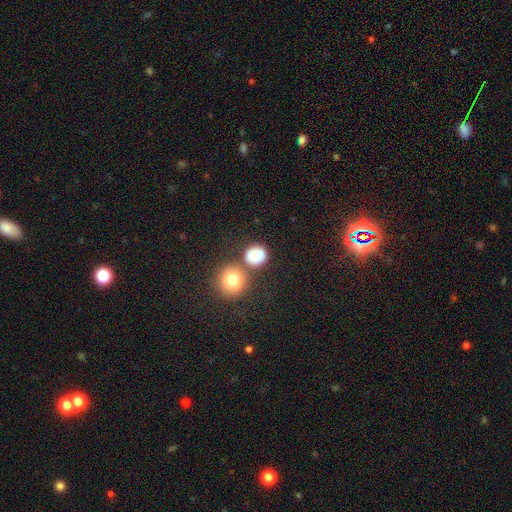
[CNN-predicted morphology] Smooth or featured?
  - smooth: 81% *
  - star or artifact: 11%
  - featured or disk: 7%
How rounded?
  - round: 84% *
  - in between: 15%
  - cigar-shaped: 1%
Merging?
  - none: 64% *
  - merger: 18%
  - minor disturbance: 12%
  - major disturbance: 6%